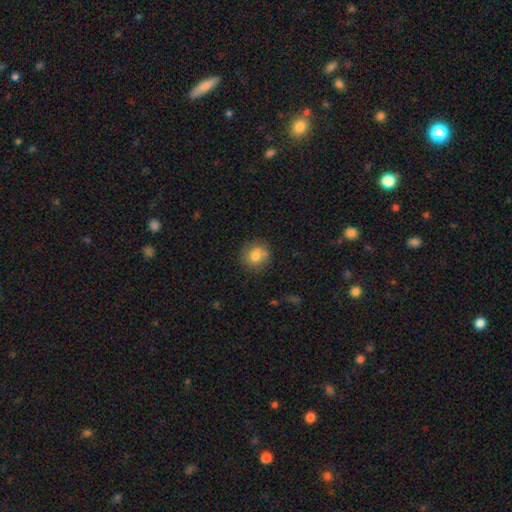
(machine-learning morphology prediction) smooth 73%, featured or disk 16%, star or artifact 10%. Down the decision tree: how rounded — round (79%); merging — none (63%).